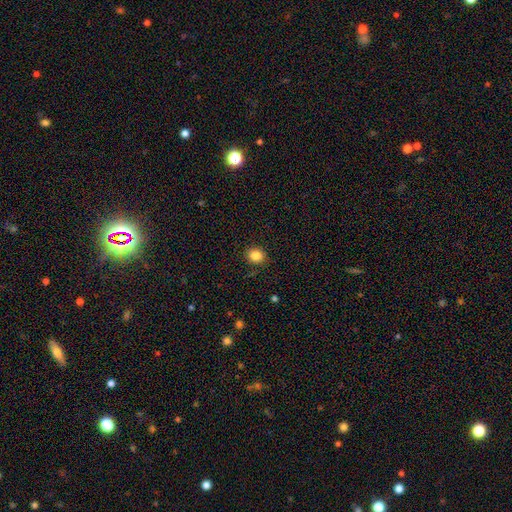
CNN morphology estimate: Smooth or featured?
  - smooth: 85% *
  - star or artifact: 11%
  - featured or disk: 5%
How rounded?
  - round: 75% *
  - in between: 24%
  - cigar-shaped: 1%
Merging?
  - none: 89% *
  - minor disturbance: 8%
  - major disturbance: 2%
  - merger: 1%